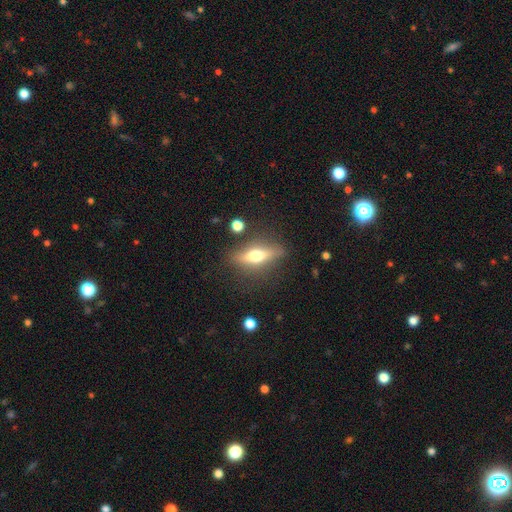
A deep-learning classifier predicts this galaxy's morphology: A featured or disk galaxy (50%). Merging: none (81%).